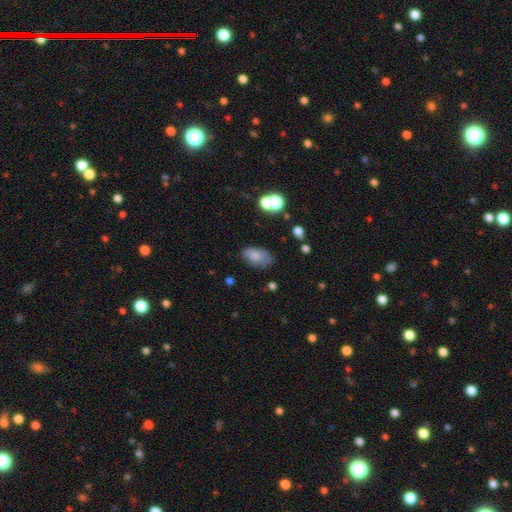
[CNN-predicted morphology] smooth-or-featured: smooth: 78% | featured or disk: 13% | star or artifact: 9%
  how-rounded: in between: 92% | round: 6% | cigar-shaped: 2%
  merging: none: 70% | minor disturbance: 20% | major disturbance: 6% | merger: 3%